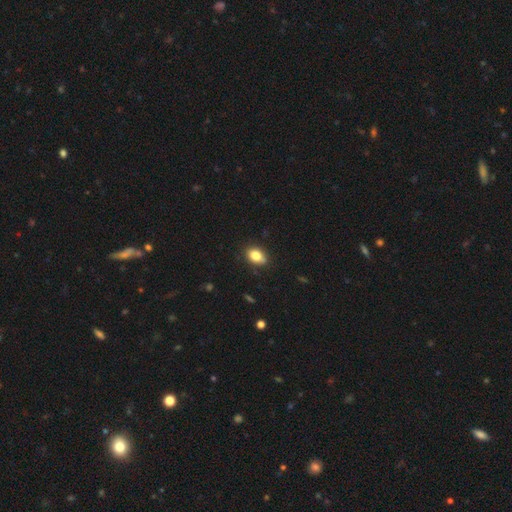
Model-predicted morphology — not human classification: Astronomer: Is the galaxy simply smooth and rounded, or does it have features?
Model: smooth — 81%.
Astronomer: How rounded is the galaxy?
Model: in between — 76%.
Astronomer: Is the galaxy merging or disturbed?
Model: none — 81%.